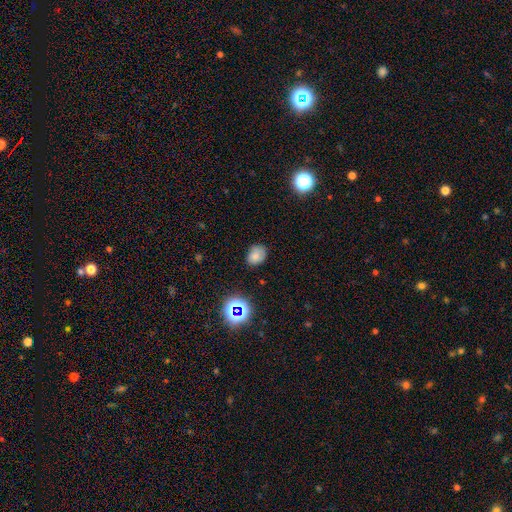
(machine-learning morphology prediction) A smooth galaxy with no disk features (74%) that is in between round and cigar-shaped (62%). Merging: none (69%).